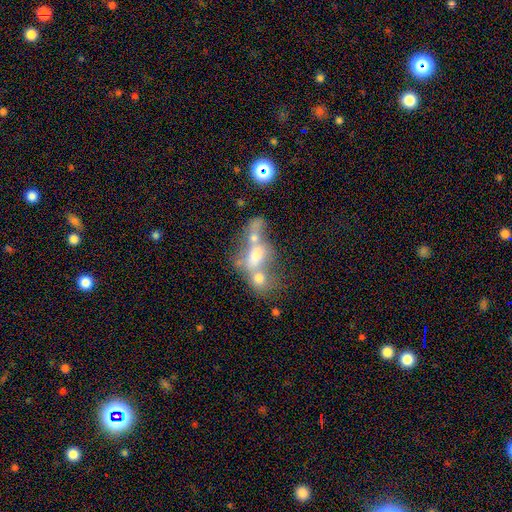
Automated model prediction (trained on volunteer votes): Smooth or featured: smooth — 46% (featured or disk — 39%)
Merging: merger — 67% (none — 16%)